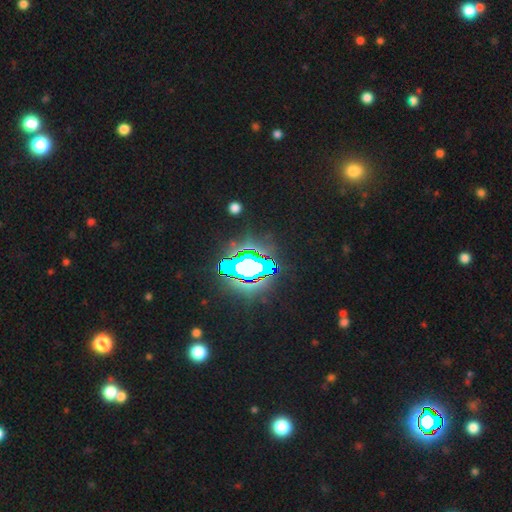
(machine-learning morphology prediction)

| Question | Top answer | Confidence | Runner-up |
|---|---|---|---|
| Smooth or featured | star or artifact | 83% | smooth (10%) |